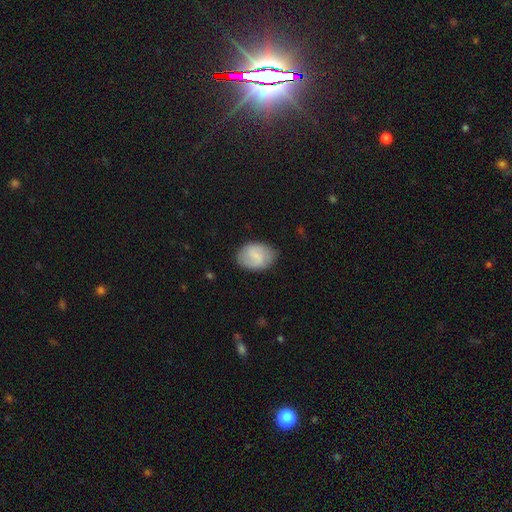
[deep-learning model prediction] A smooth galaxy with no disk features (61%) that is in between round and cigar-shaped (77%).

Vote fractions:
- Smooth or featured? smooth: 61% / featured or disk: 32% / star or artifact: 6%
- How rounded? in between: 77% / round: 22% / cigar-shaped: 1%
- Merging? none: 76% / minor disturbance: 18% / major disturbance: 5% / merger: 1%